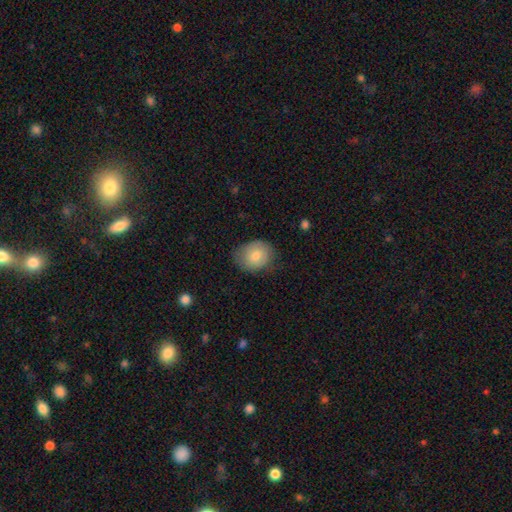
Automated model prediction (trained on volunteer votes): A smooth galaxy with no disk features (75%) that is round (53%).

Vote fractions:
- Smooth or featured? smooth: 75% / featured or disk: 18% / star or artifact: 7%
- How rounded? round: 53% / in between: 46% / cigar-shaped: 1%
- Merging? none: 72% / minor disturbance: 22% / major disturbance: 5% / merger: 1%